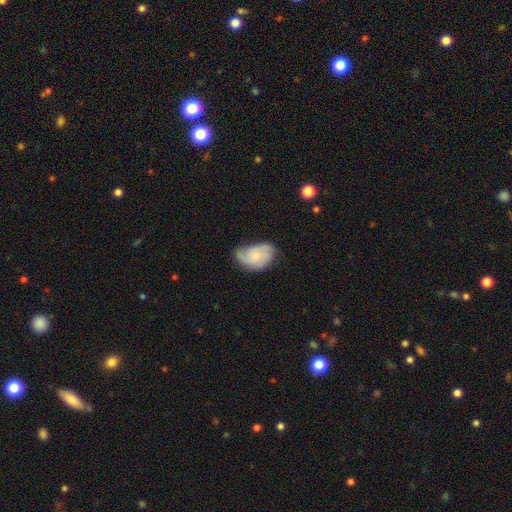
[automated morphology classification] A featured or disk galaxy (56%) with no bar (73%), spiral arms (89%) and a small central bulge (44%).

Vote fractions:
- Smooth or featured? featured or disk: 56% / smooth: 38% / star or artifact: 7%
- Edge-on disk? no: 97% / yes: 3%
- Bar? no: 73% / weak: 24% / strong: 3%
- Spiral arms? yes: 89% / no: 11%
- Bulge size? small: 44% / none: 31% / moderate: 21% / large: 4% / dominant: 2%
- Merging? none: 48% / minor disturbance: 34% / major disturbance: 16% / merger: 2%